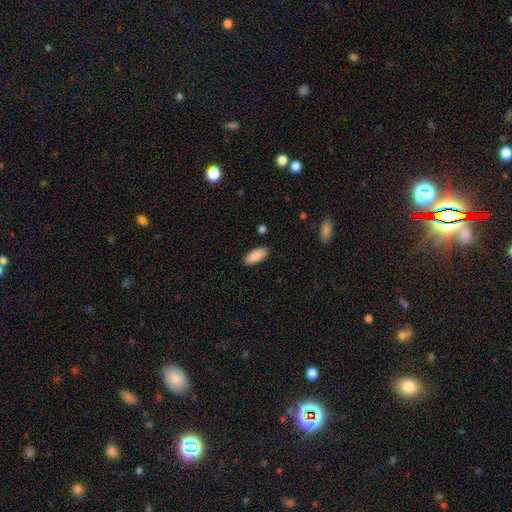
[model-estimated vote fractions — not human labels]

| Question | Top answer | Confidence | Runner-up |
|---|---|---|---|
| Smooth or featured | smooth | 89% | star or artifact (6%) |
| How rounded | in between | 85% | cigar-shaped (13%) |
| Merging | none | 87% | minor disturbance (9%) |